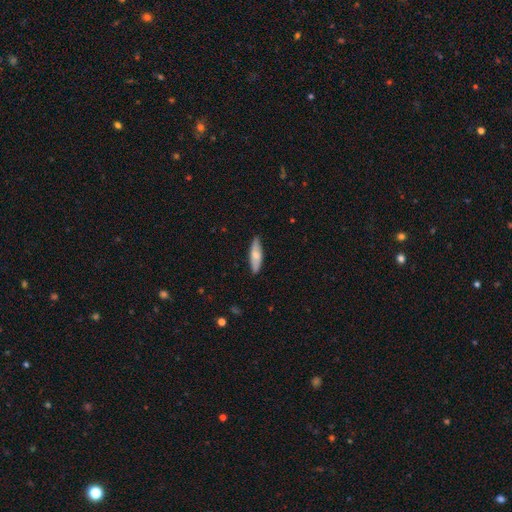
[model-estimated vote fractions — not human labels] smooth_or_featured: smooth (p=0.68) [alt: featured or disk p=0.27]
how_rounded: cigar-shaped (p=0.57) [alt: in between p=0.42]
merging: none (p=0.84) [alt: minor disturbance p=0.12]